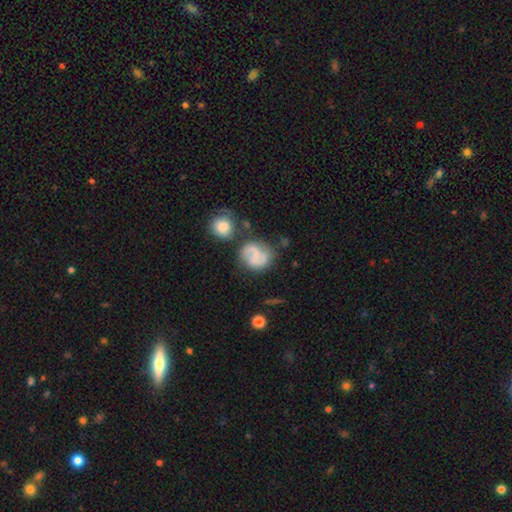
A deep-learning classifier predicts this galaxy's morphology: smooth_or_featured: featured or disk (p=0.65) [alt: smooth p=0.27]
disk_edge_on: no (p=0.98) [alt: yes p=0.02]
bar: no (p=0.49) [alt: weak p=0.41]
has_spiral_arms: yes (p=0.88) [alt: no p=0.12]
spiral_winding: medium (p=0.49) [alt: tight p=0.27]
spiral_arm_count: 2 (p=0.82) [alt: can't tell p=0.10]
bulge_size: small (p=0.57) [alt: moderate p=0.32]
merging: none (p=0.62) [alt: minor disturbance p=0.19]